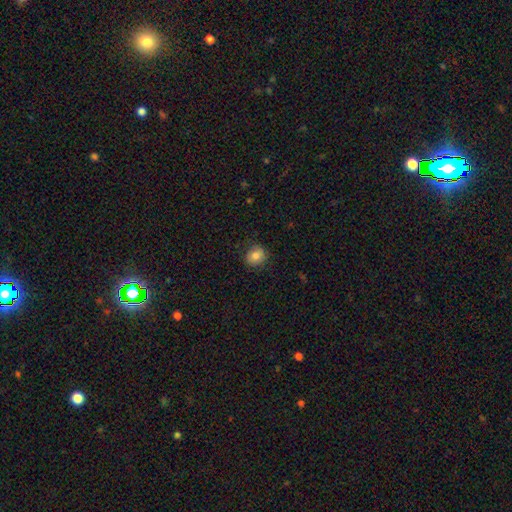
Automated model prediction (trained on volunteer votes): Smooth or featured? smooth (82%)
How rounded? round (79%)
Merging? none (85%)